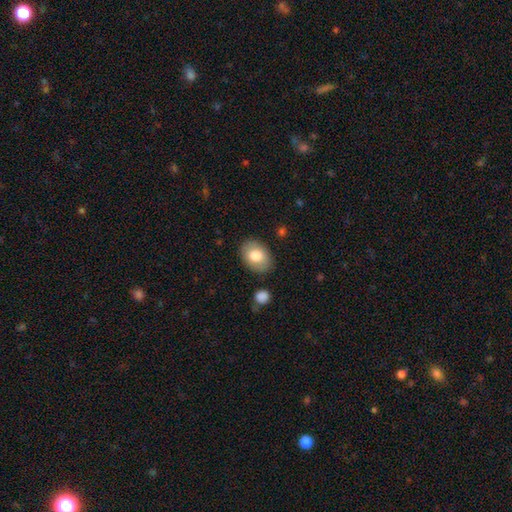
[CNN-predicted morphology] smooth 78%, featured or disk 15%, star or artifact 7%. Down the decision tree: how rounded — in between (77%); merging — none (85%).